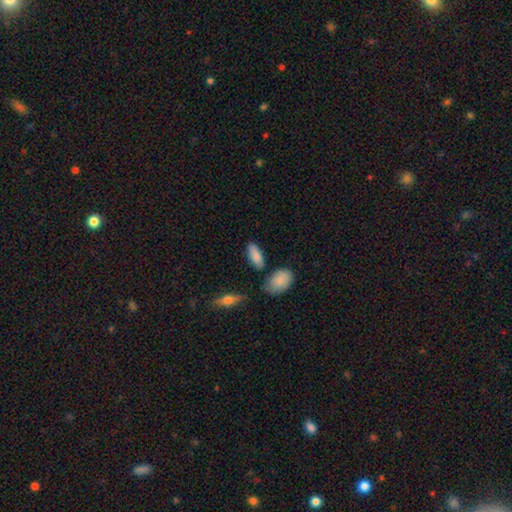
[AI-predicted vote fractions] Q: Smooth or featured?
A: smooth (82%); runner-up: featured or disk (11%)
Q: How rounded?
A: in between (79%); runner-up: cigar-shaped (18%)
Q: Merging?
A: none (76%); runner-up: minor disturbance (14%)